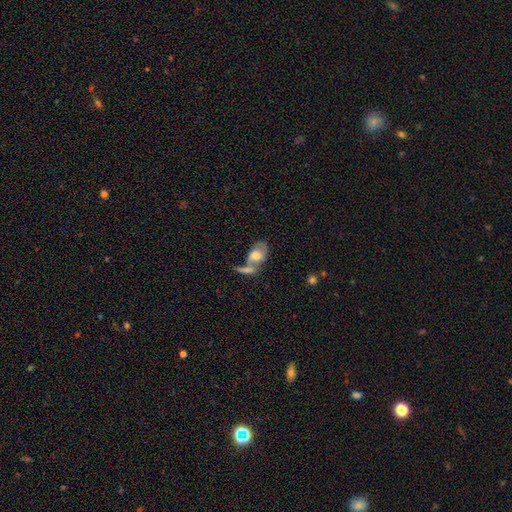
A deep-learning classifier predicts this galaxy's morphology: smooth_or_featured: smooth (p=0.54) [alt: featured or disk p=0.38]
how_rounded: in between (p=0.82) [alt: round p=0.15]
merging: merger (p=0.49) [alt: none p=0.27]